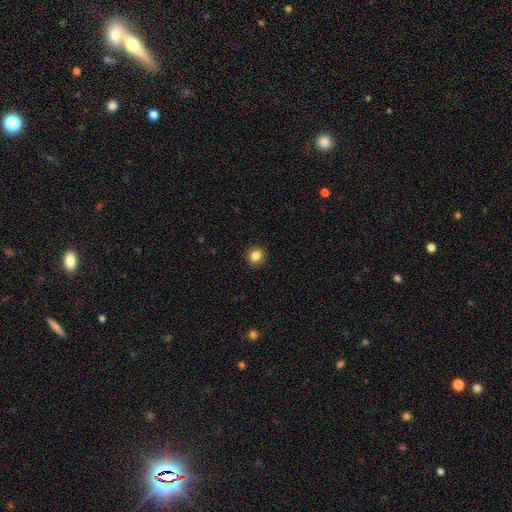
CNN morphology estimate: This appears to be a smooth galaxy with no disk features (85%) that is round (87%). Merging: none (92%).